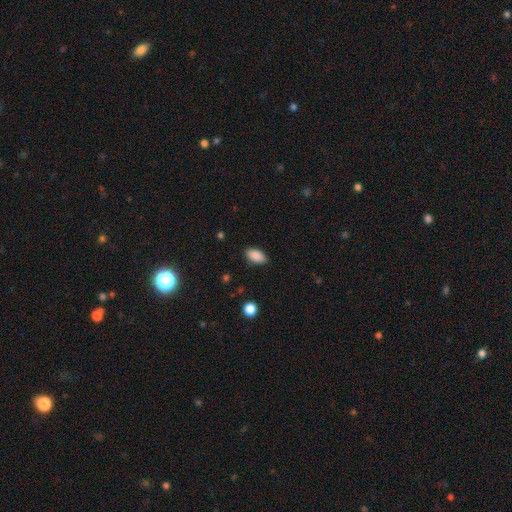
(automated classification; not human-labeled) A smooth galaxy with no disk features (89%) that is in between round and cigar-shaped (93%).

Vote fractions:
- Smooth or featured? smooth: 89% / star or artifact: 8% / featured or disk: 3%
- How rounded? in between: 93% / round: 4% / cigar-shaped: 3%
- Merging? none: 86% / minor disturbance: 10% / major disturbance: 3% / merger: 1%